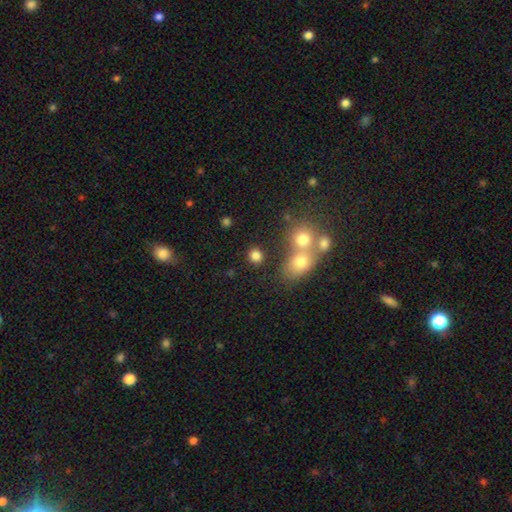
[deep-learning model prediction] Q: Smooth or featured?
A: smooth (81%); runner-up: star or artifact (13%)
Q: How rounded?
A: round (78%); runner-up: in between (21%)
Q: Merging?
A: none (73%); runner-up: merger (15%)